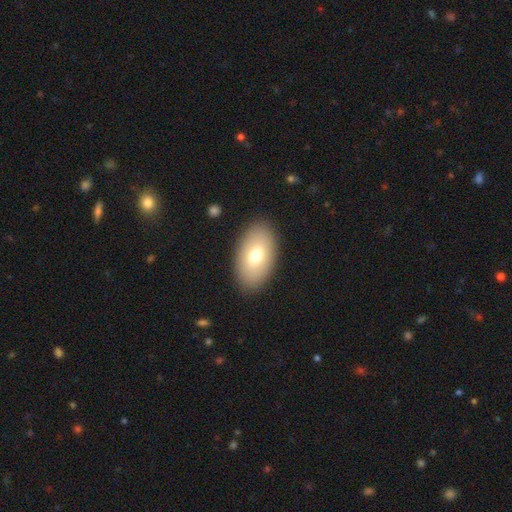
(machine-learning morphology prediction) The model was most divided on "smooth or featured": smooth: 72%, featured or disk: 21%, star or artifact: 7%. More confident: how rounded — in between (93%); merging — none (88%).